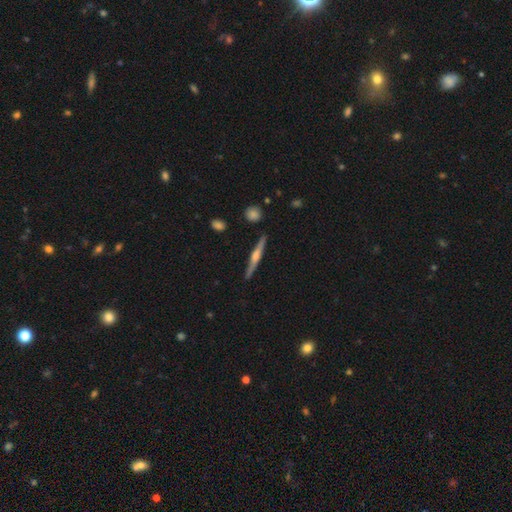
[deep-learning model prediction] featured or disk 69%, smooth 26%, star or artifact 5%. Down the decision tree: edge-on disk — yes (98%); edge-on bulge — rounded (81%); merging — none (90%).